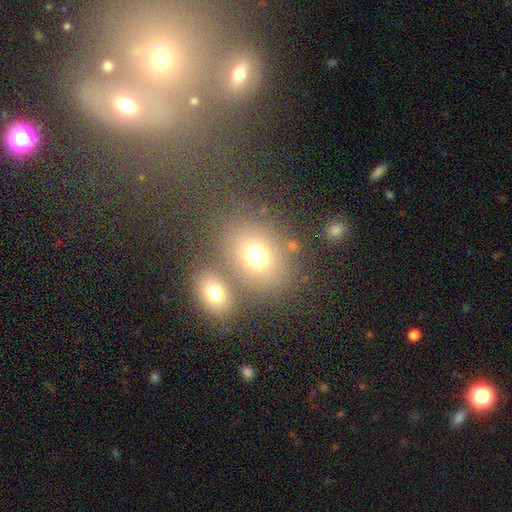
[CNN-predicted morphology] A smooth galaxy with no disk features (71%) that is in between round and cigar-shaped (53%). Merging: none (56%).